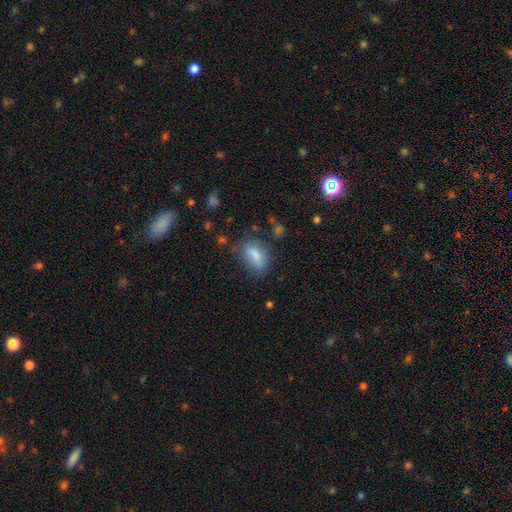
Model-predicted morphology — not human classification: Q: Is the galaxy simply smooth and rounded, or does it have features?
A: smooth — 82%.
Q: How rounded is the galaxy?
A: in between — 87%.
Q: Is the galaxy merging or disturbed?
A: none — 62%.